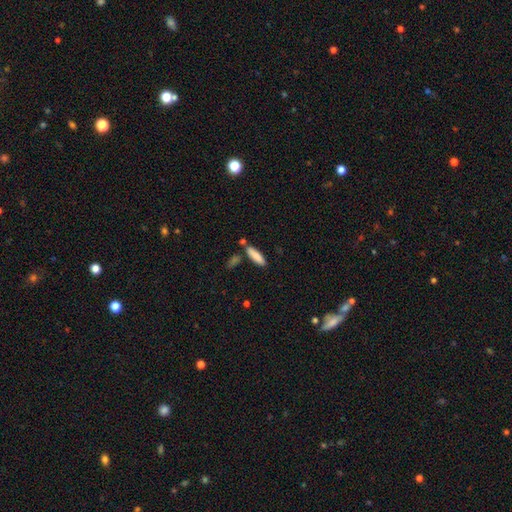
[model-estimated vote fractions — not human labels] Q: Smooth or featured?
A: smooth (84%); runner-up: featured or disk (10%)
Q: How rounded?
A: cigar-shaped (68%); runner-up: in between (30%)
Q: Merging?
A: none (73%); runner-up: minor disturbance (13%)